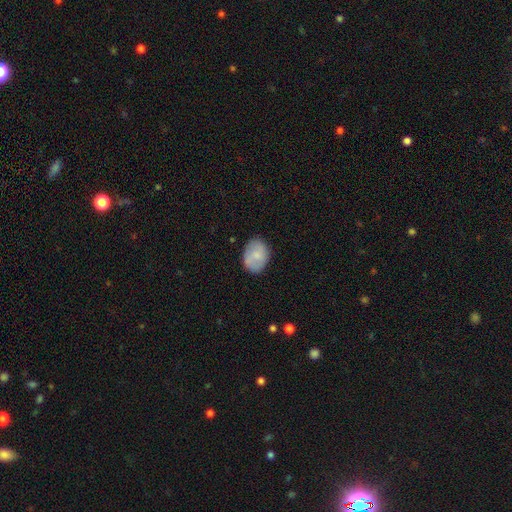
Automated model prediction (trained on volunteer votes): smooth_or_featured: smooth (p=0.75) [alt: featured or disk p=0.18]
how_rounded: in between (p=0.70) [alt: round p=0.29]
merging: none (p=0.80) [alt: minor disturbance p=0.16]